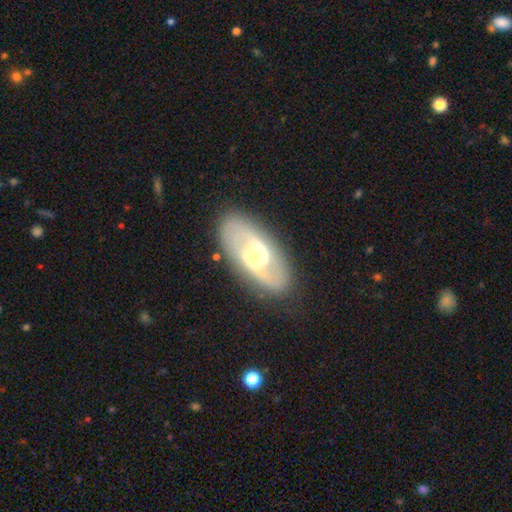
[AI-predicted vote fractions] This appears to be a featured or disk galaxy (80%) with a weak bar (42%, tied with no), 2 (91%) medium (49%) spiral arms (91%) and a moderate central bulge (59%). Merging: none (85%).